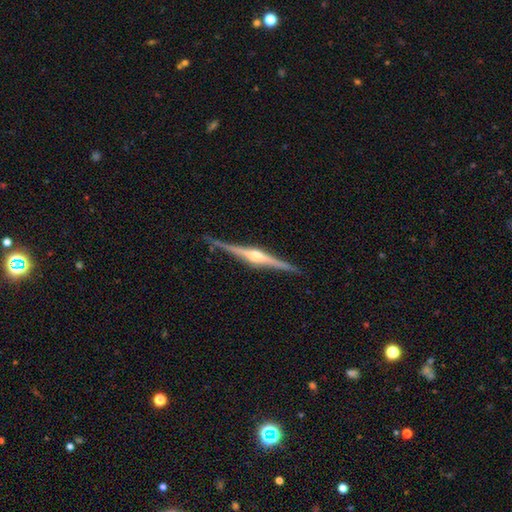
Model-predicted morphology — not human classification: Smooth or featured: featured or disk — 86% (smooth — 9%)
Edge-on disk: yes — 98% (no — 2%)
Edge-on bulge: rounded — 90% (boxy — 6%)
Merging: none — 87% (minor disturbance — 10%)